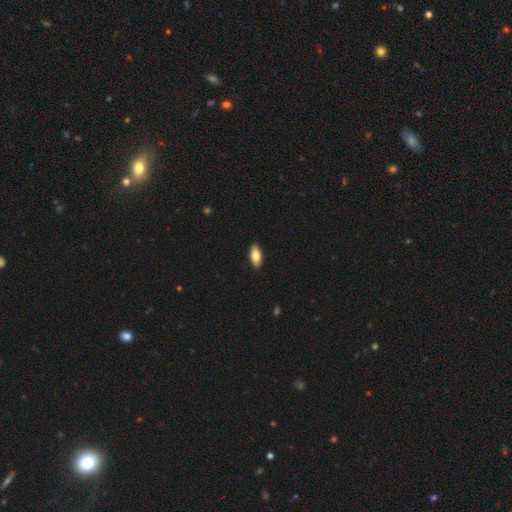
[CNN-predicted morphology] This appears to be a smooth galaxy with no disk features (81%) that is in between round and cigar-shaped (87%). Merging: none (90%).